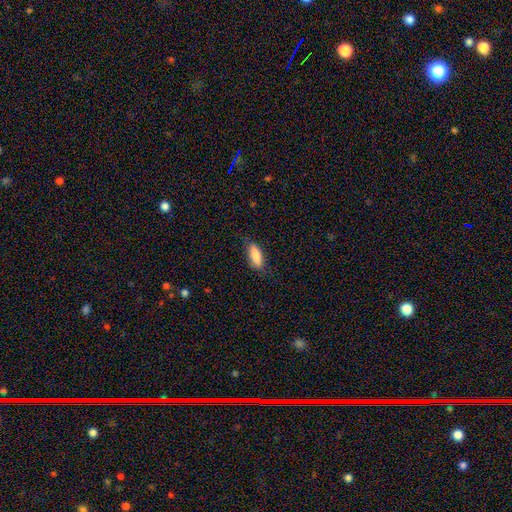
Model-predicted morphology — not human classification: Overall: smooth (84%). How rounded: in between (68%; cigar-shaped 30%). Merging: none (78%).